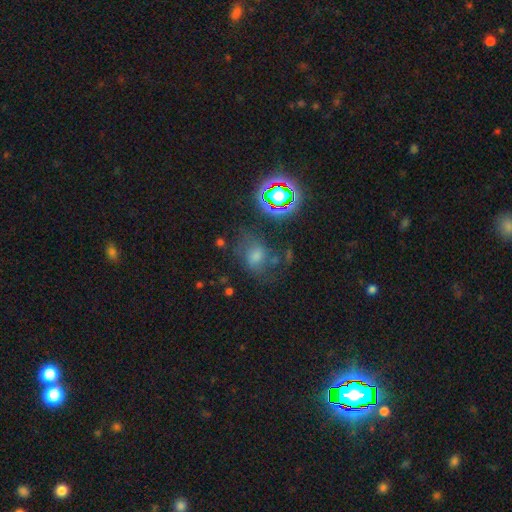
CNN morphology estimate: The model was most divided on "smooth or featured": smooth: 40%, featured or disk: 30%, star or artifact: 29%. More confident: merging — none (53%).